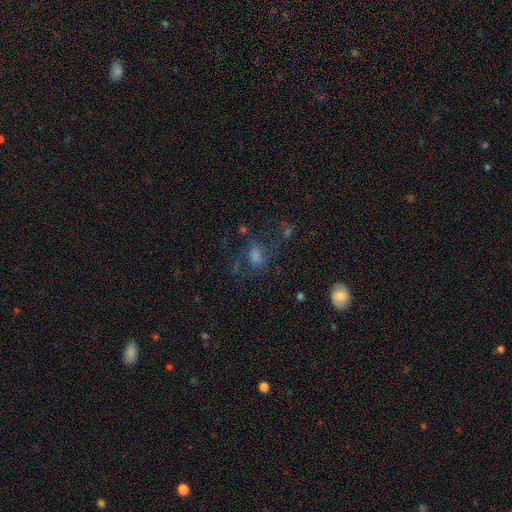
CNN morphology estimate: smooth_or_featured: featured or disk (p=0.47) [alt: smooth p=0.29]
merging: none (p=0.53) [alt: major disturbance p=0.26]